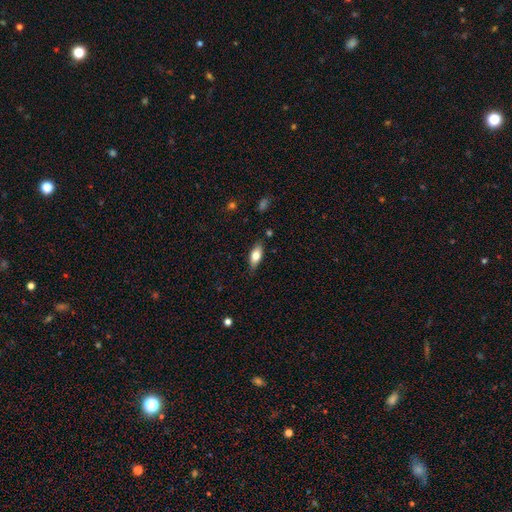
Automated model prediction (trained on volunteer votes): smooth_or_featured: smooth (p=0.73) [alt: featured or disk p=0.20]
how_rounded: in between (p=0.81) [alt: cigar-shaped p=0.16]
merging: none (p=0.82) [alt: minor disturbance p=0.14]